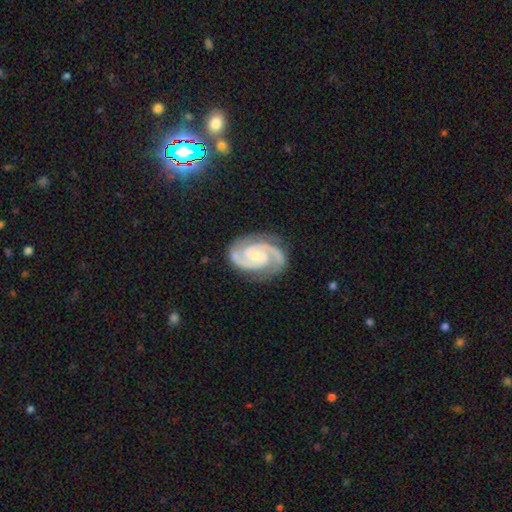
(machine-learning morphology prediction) type=featured or disk (93%); edge-on=no (98%); bar=no (59%); spiral arms=yes (99%); winding=tight (50%); arm count=2 (92%); bulge=small (65%); merging=none (84%).